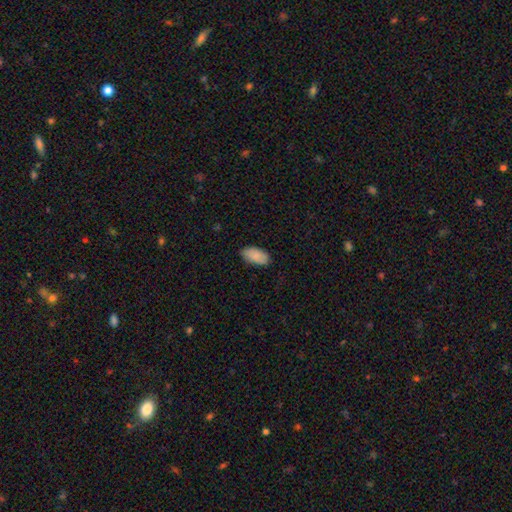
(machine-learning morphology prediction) Overall: smooth (88%). How rounded: in between (94%). Merging: none (82%).